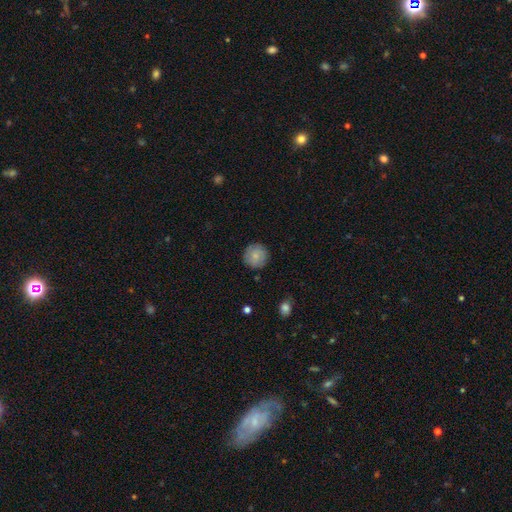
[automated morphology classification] smooth-or-featured: smooth: 81% | featured or disk: 12% | star or artifact: 7%
  how-rounded: round: 94% | in between: 5% | cigar-shaped: 1%
  merging: none: 86% | minor disturbance: 11% | major disturbance: 2% | merger: 1%